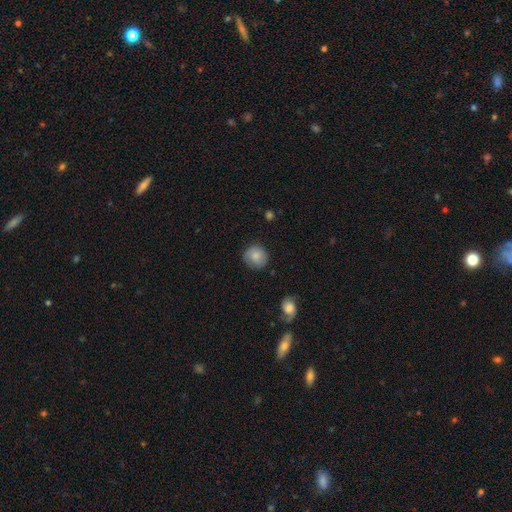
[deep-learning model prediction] Smooth or featured?
  - smooth: 79% *
  - featured or disk: 13%
  - star or artifact: 8%
How rounded?
  - round: 87% *
  - in between: 12%
  - cigar-shaped: 1%
Merging?
  - none: 81% *
  - minor disturbance: 15%
  - major disturbance: 3%
  - merger: 1%